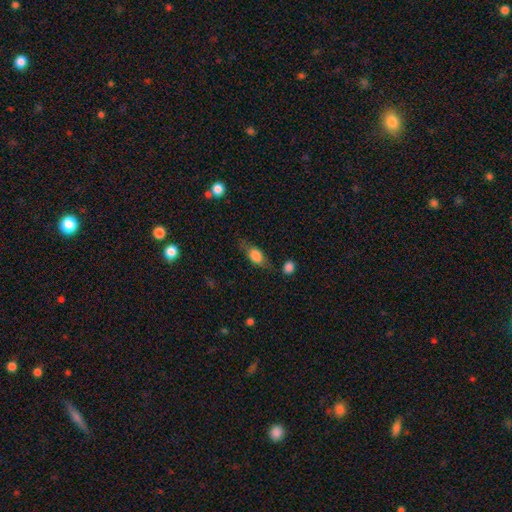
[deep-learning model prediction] smooth 70%, featured or disk 22%, star or artifact 8%. Down the decision tree: how rounded — in between (75%); merging — none (61%).